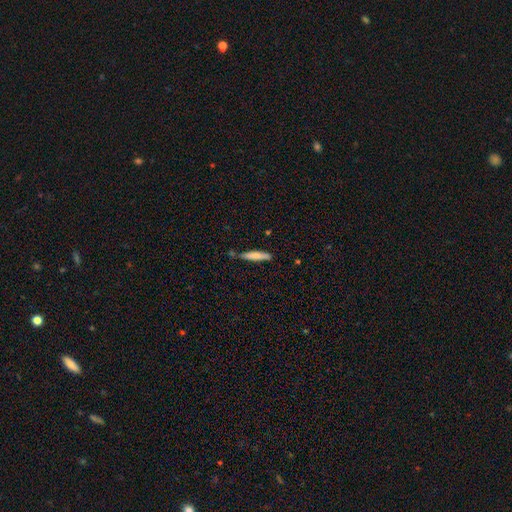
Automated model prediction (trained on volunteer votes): Morphology: type=smooth (74%); roundness=cigar-shaped (90%); merging=none (74%).